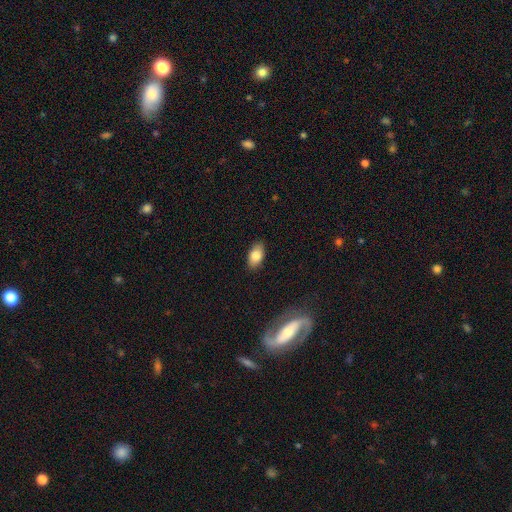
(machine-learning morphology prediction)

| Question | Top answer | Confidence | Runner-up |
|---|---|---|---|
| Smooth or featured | smooth | 82% | featured or disk (11%) |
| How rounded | in between | 92% | round (6%) |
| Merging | none | 87% | minor disturbance (10%) |